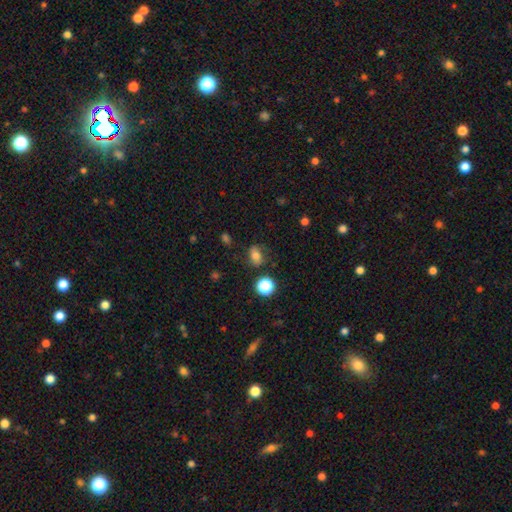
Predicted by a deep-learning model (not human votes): This is likely a smooth galaxy (67%). How rounded: likely in between (65%). Merging: likely none (71%).